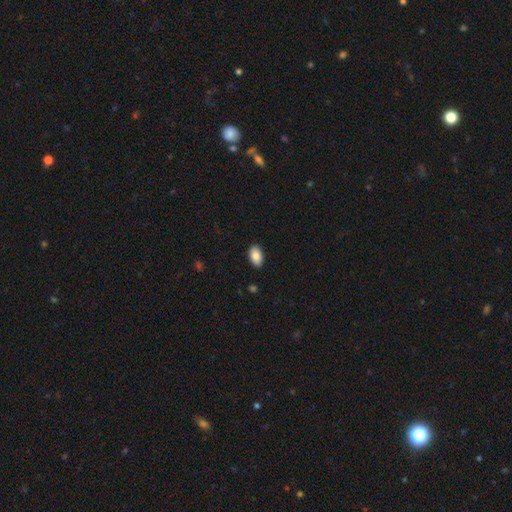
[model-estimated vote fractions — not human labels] Overall: smooth (87%). How rounded: in between (94%). Merging: none (90%).